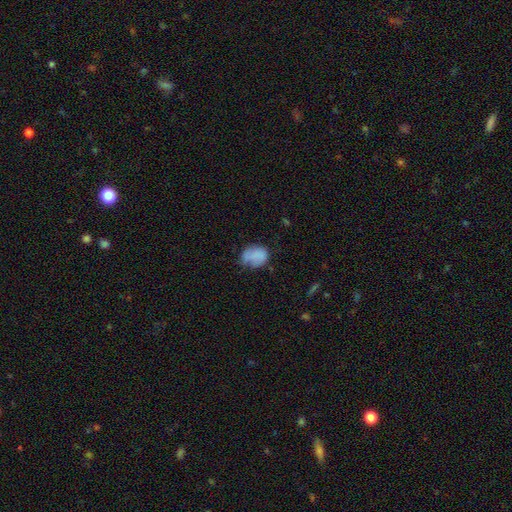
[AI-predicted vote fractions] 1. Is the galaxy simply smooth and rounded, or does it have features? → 75% smooth, 16% featured or disk, 9% star or artifact.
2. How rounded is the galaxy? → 52% in between, 47% round, 1% cigar-shaped.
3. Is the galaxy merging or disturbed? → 46% none, 36% minor disturbance, 15% major disturbance, 4% merger.